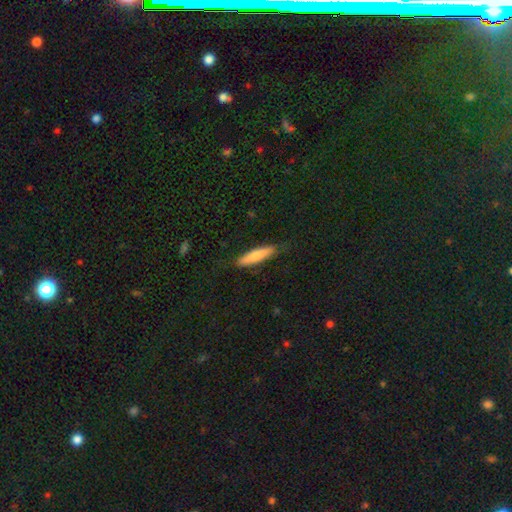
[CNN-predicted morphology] smooth 72%, featured or disk 23%, star or artifact 5%. Down the decision tree: how rounded — cigar-shaped (81%); merging — none (82%).